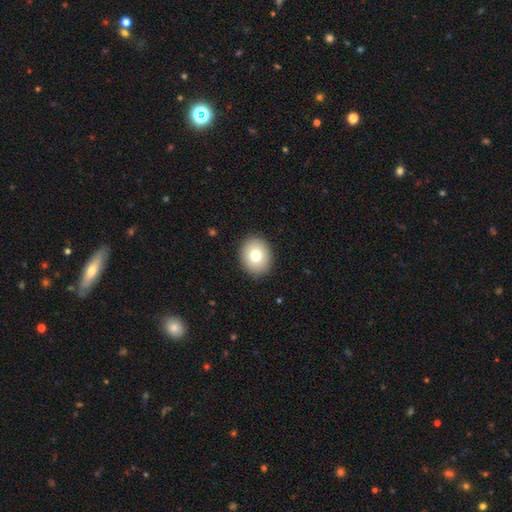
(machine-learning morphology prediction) Smooth or featured?
  - smooth: 77% *
  - featured or disk: 14%
  - star or artifact: 10%
How rounded?
  - round: 61% *
  - in between: 38%
  - cigar-shaped: 1%
Merging?
  - none: 91% *
  - minor disturbance: 6%
  - major disturbance: 2%
  - merger: 1%